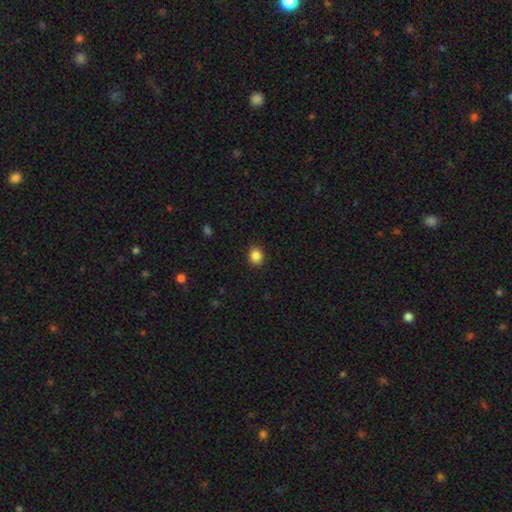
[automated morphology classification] This appears to be a smooth galaxy with no disk features (87%) that is round (66%). Merging: none (91%).